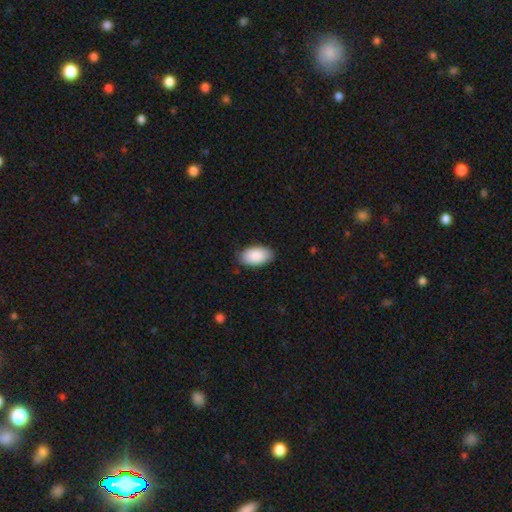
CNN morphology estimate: Smooth or featured? smooth (90%)
How rounded? in between (96%)
Merging? none (84%)